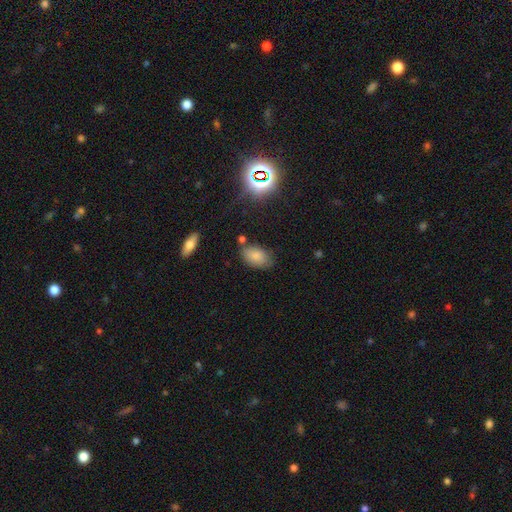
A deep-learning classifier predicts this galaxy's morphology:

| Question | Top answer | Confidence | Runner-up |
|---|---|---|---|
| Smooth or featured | smooth | 80% | star or artifact (10%) |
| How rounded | in between | 90% | round (8%) |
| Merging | none | 71% | minor disturbance (19%) |